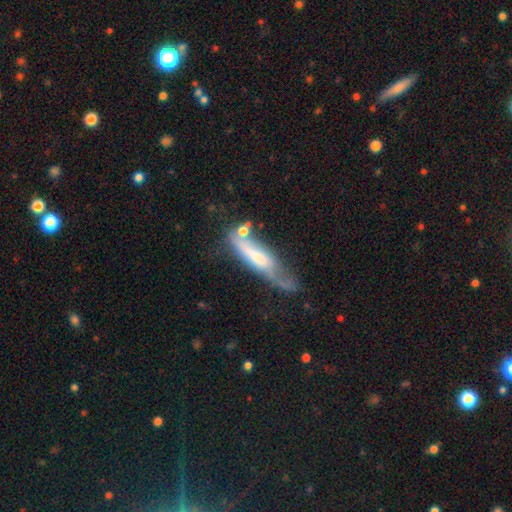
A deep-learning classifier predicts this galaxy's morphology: Overall: featured or disk (48%; smooth 46%). Merging: none (32%; minor disturbance 28%).